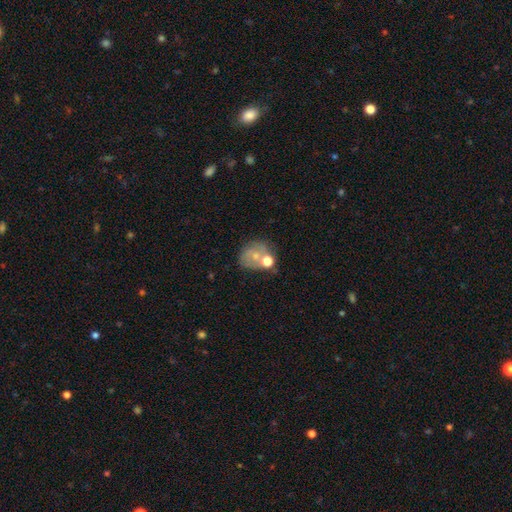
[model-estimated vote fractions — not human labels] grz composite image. It shows a smooth galaxy with no disk features (53%) that is round (59%). Merging: none (40%).